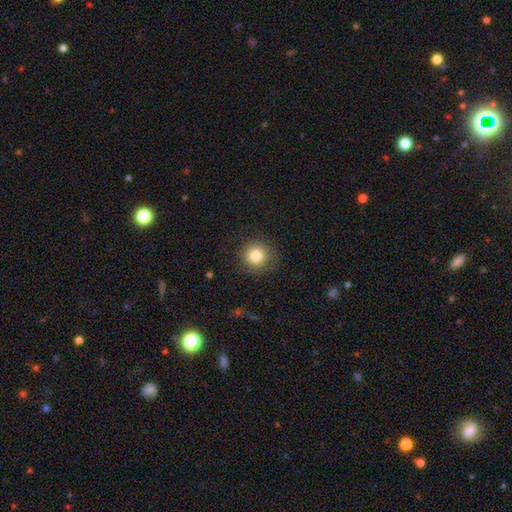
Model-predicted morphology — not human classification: The model was most divided on "smooth or featured": smooth: 82%, star or artifact: 10%, featured or disk: 7%. More confident: how rounded — round (93%); merging — none (86%).